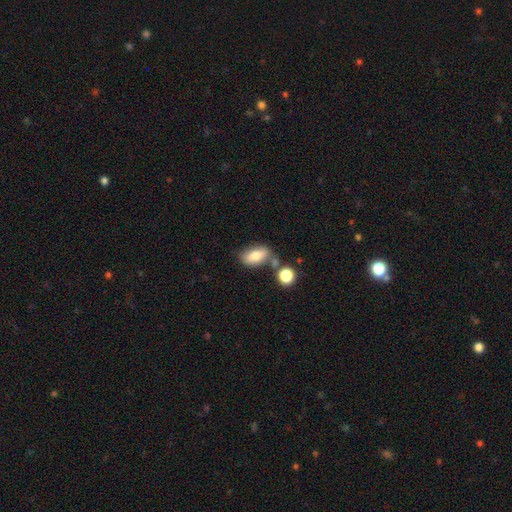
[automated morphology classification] A smooth galaxy with no disk features (74%) that is in between round and cigar-shaped (86%). Merging: none (59%).